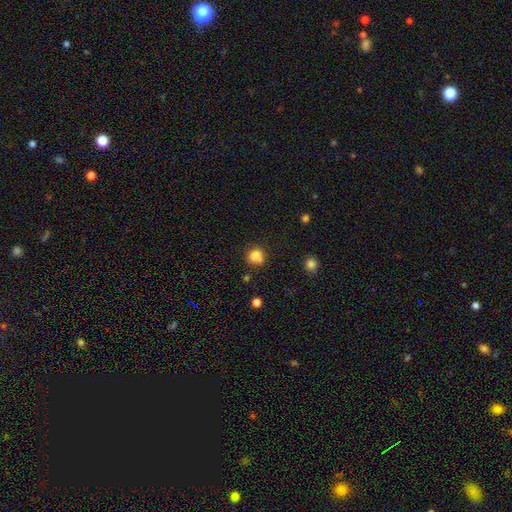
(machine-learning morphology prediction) Smooth or featured? Predicted: smooth (p=0.80). How rounded? Predicted: round (p=0.75). Merging? Predicted: none (p=0.59).